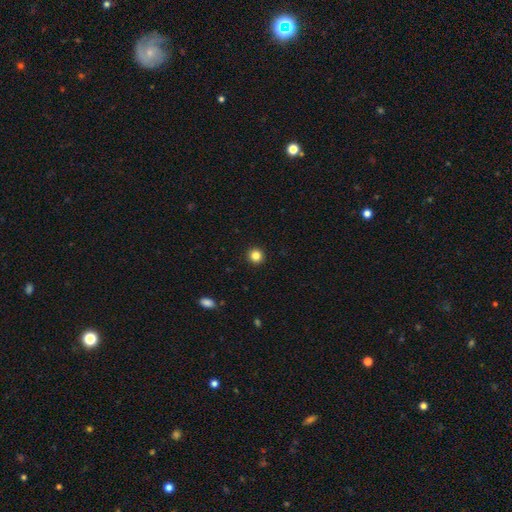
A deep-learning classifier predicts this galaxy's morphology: This appears to be a smooth galaxy with no disk features (84%) that is round (94%). Merging: none (93%).